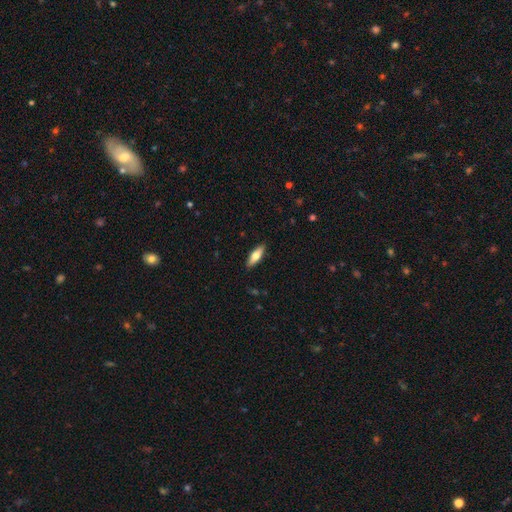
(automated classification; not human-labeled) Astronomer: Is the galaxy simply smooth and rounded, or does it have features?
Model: smooth — 64%.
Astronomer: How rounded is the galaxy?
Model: in between — 54% (runner-up: cigar-shaped, 44%).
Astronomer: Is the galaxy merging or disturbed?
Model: none — 89%.